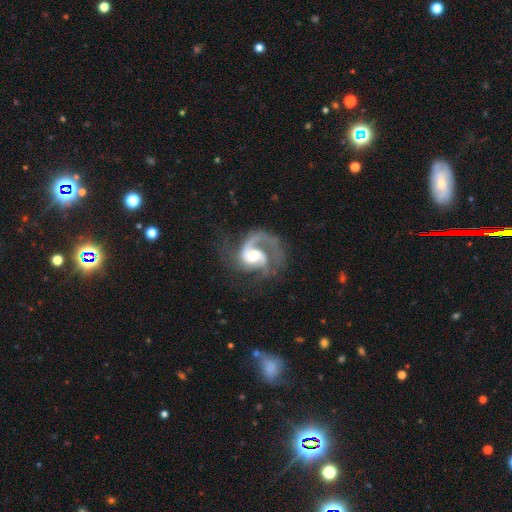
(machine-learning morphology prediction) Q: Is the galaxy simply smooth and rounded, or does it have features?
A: featured or disk — 90%.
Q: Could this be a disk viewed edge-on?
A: no — 98%.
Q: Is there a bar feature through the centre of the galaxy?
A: no — 49%.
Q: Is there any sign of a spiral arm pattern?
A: yes — 98%.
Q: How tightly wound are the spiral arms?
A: medium — 55%.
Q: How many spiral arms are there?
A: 2 — 48%.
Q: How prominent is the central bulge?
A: moderate — 56%.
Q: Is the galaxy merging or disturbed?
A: none — 55%.